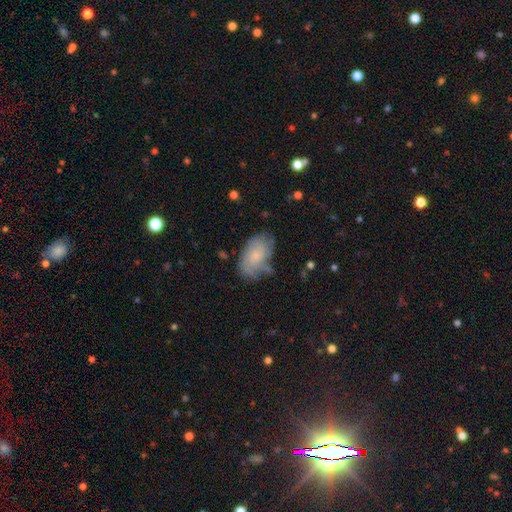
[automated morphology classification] Smooth or featured?
  - smooth: 56% *
  - featured or disk: 35%
  - star or artifact: 8%
How rounded?
  - in between: 91% *
  - round: 7%
  - cigar-shaped: 2%
Merging?
  - none: 53% *
  - minor disturbance: 30%
  - major disturbance: 13%
  - merger: 4%